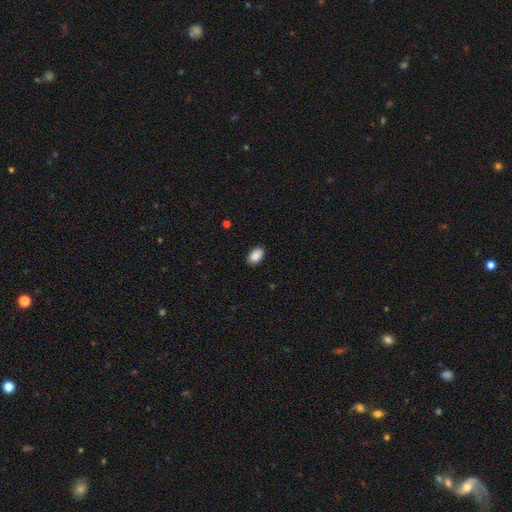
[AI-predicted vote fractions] smooth-or-featured: smooth: 90% | star or artifact: 7% | featured or disk: 3%
  how-rounded: in between: 92% | round: 7% | cigar-shaped: 1%
  merging: none: 89% | minor disturbance: 8% | major disturbance: 2% | merger: 1%